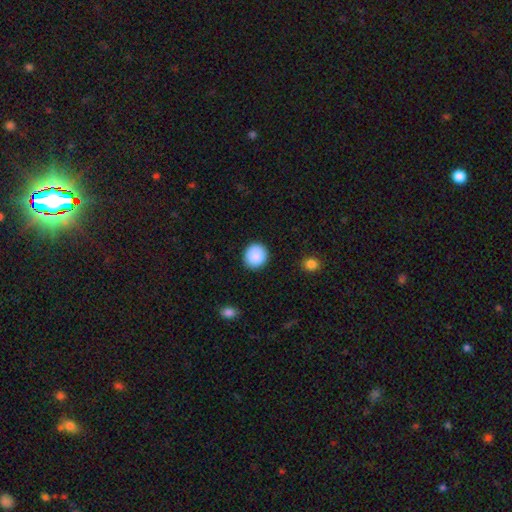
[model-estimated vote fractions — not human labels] This is clearly a smooth galaxy (88%). How rounded: clearly round (90%). Merging: clearly none (91%).